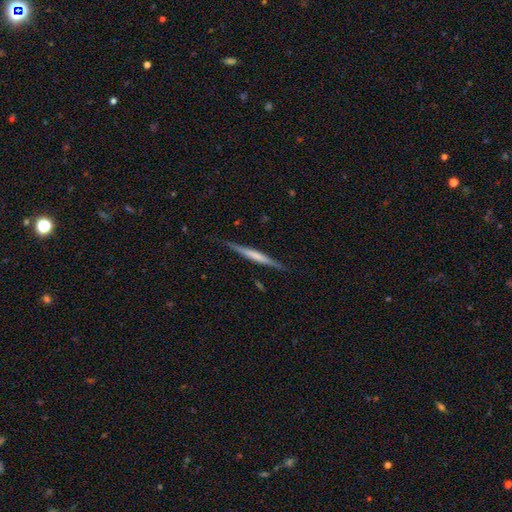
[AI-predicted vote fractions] This is possibly a featured or disk galaxy (53%). It is clearly viewed edge-on (97%). Edge-on bulge: possibly none (60%). Merging: clearly none (86%).